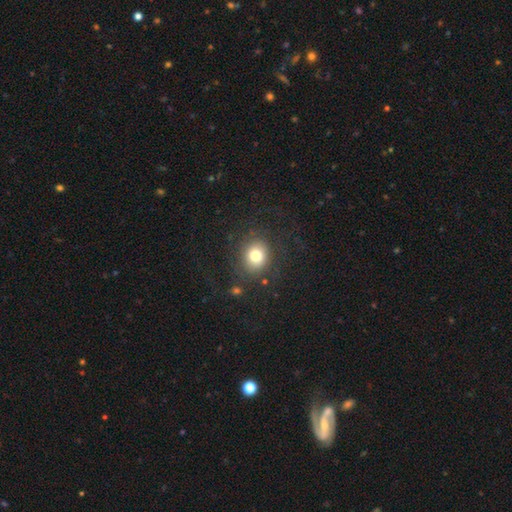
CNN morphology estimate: A smooth galaxy with no disk features (77%) that is round (70%). Merging: none (80%).